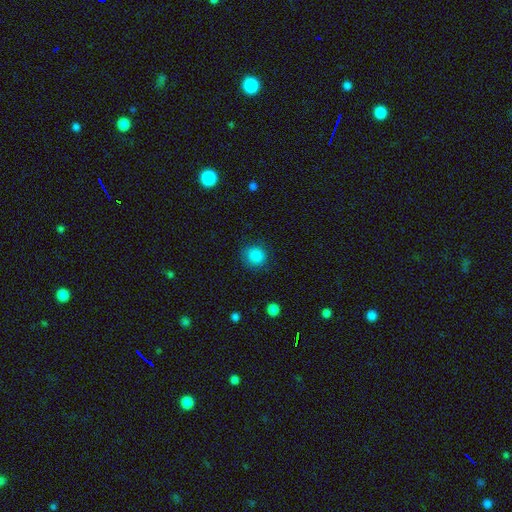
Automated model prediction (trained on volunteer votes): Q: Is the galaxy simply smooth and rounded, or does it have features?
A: smooth — 87%.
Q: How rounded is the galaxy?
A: round — 87%.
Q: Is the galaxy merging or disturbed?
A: none — 86%.